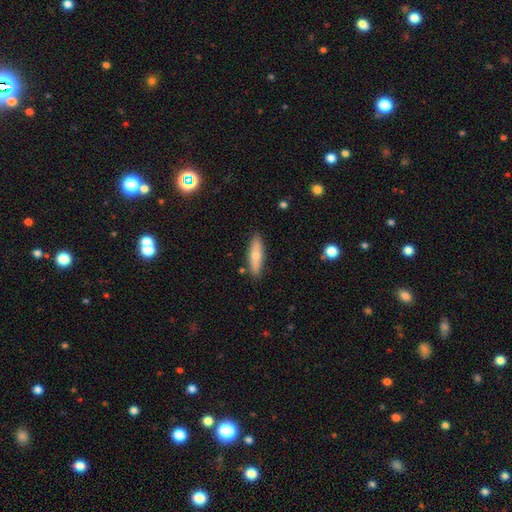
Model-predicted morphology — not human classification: This is likely a smooth galaxy (69%). How rounded: possibly cigar-shaped (58%). Merging: clearly none (86%).